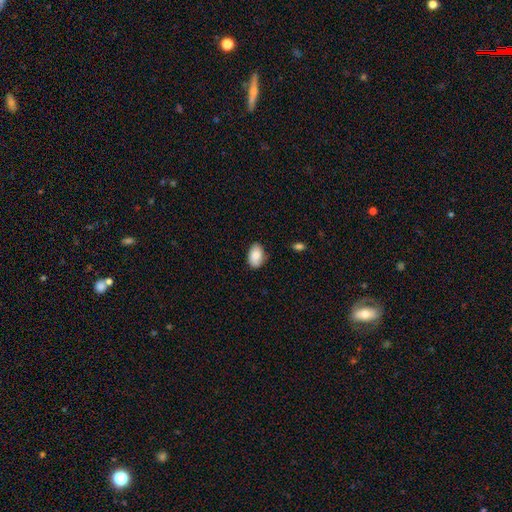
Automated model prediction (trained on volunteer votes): A smooth galaxy with no disk features (85%) that is in between round and cigar-shaped (89%).

Vote fractions:
- Smooth or featured? smooth: 85% / featured or disk: 8% / star or artifact: 7%
- How rounded? in between: 89% / round: 9% / cigar-shaped: 1%
- Merging? none: 78% / minor disturbance: 17% / major disturbance: 3% / merger: 1%